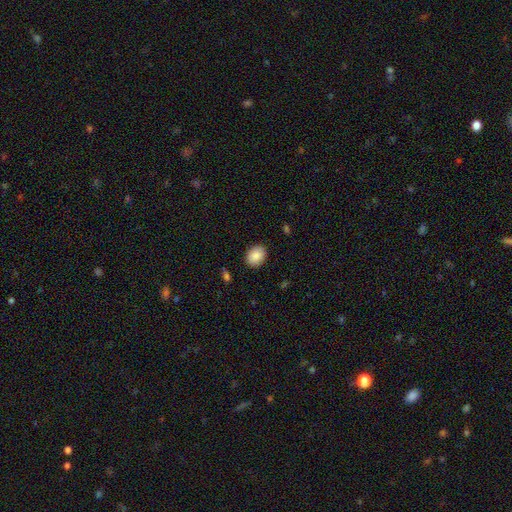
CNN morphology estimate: Smooth or featured? smooth (89%)
How rounded? in between (64%)
Merging? none (88%)